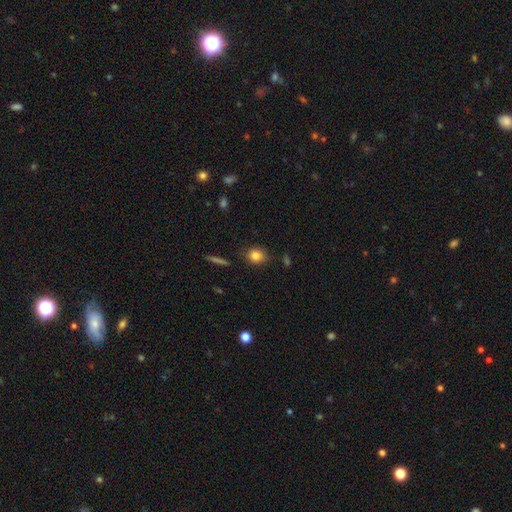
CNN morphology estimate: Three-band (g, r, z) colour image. It shows a smooth galaxy with no disk features (82%) that is round (65%). Merging: none (81%).